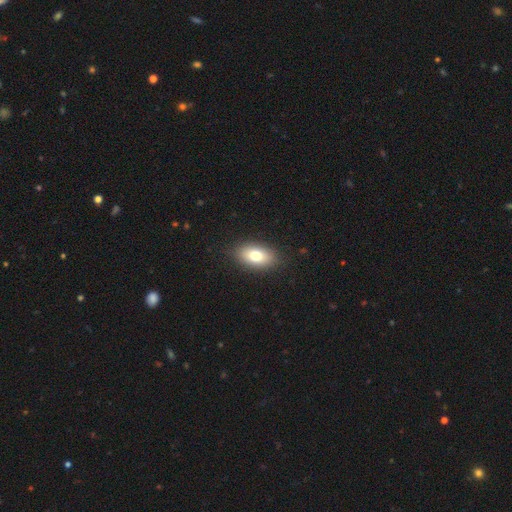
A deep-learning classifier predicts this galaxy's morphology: smooth 79%, featured or disk 13%, star or artifact 8%. Down the decision tree: how rounded — in between (90%); merging — none (88%).